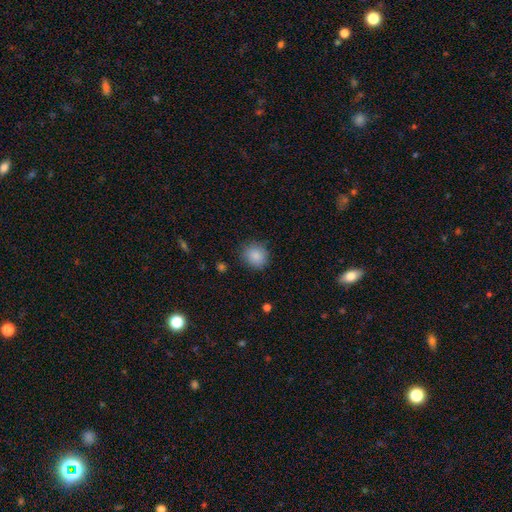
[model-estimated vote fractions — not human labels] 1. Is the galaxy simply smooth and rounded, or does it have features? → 86% smooth, 9% star or artifact, 5% featured or disk.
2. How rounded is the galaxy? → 79% round, 20% in between, 1% cigar-shaped.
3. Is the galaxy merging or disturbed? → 82% none, 13% minor disturbance, 3% major disturbance, 1% merger.